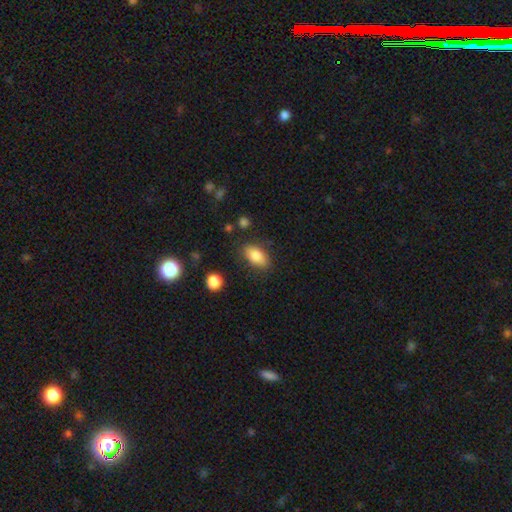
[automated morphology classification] Q: Smooth or featured?
A: smooth (83%); runner-up: featured or disk (10%)
Q: How rounded?
A: in between (90%); runner-up: round (6%)
Q: Merging?
A: none (81%); runner-up: minor disturbance (13%)